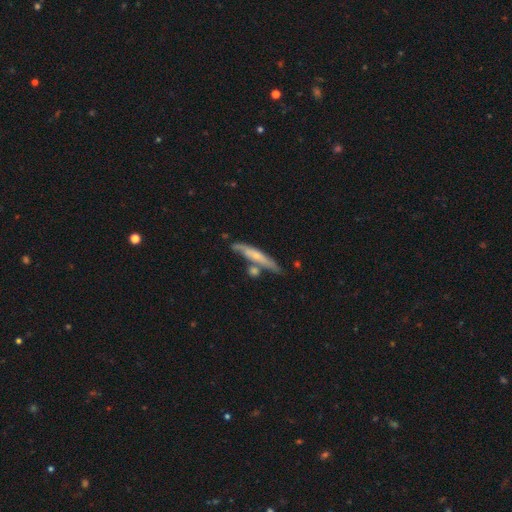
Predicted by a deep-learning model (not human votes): Smooth or featured? featured or disk (51%)
Edge-on disk? yes (81%)
Merging? none (62%)